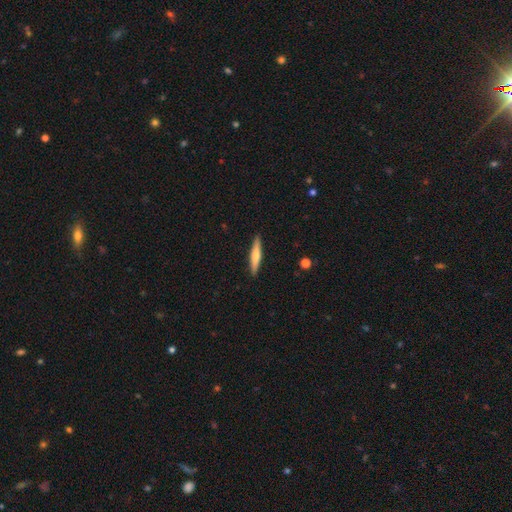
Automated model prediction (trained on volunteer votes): The model was most divided on "smooth or featured": smooth: 60%, featured or disk: 35%, star or artifact: 5%. More confident: merging — none (91%); how rounded — cigar-shaped (91%).